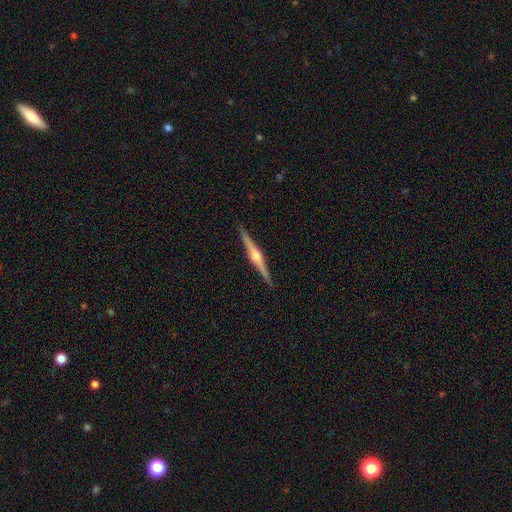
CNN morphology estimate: This is clearly a featured or disk galaxy (83%). It is clearly viewed edge-on (99%). Edge-on bulge: clearly rounded (88%). Merging: clearly none (93%).